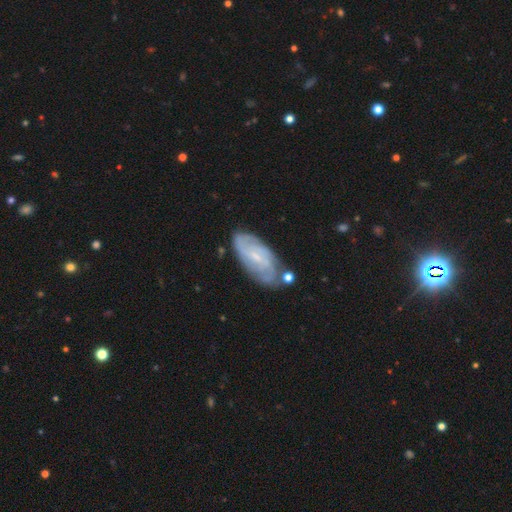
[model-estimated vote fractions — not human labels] Overall: featured or disk (72%). Edge-on disk: no (93%). Bar: weak (46%; no 43%). Spiral arms: yes (91%). Spiral arm count: 2 (35%; can't tell 34%). Spiral winding: tight (53%; medium 35%). Bulge size: small (73%). Merging: none (73%).